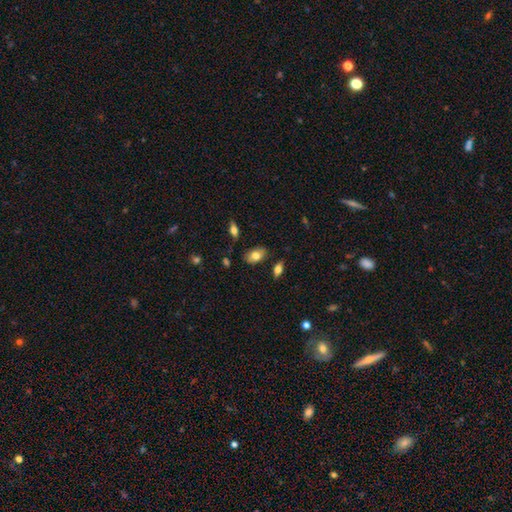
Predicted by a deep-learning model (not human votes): Smooth or featured? smooth (76%)
How rounded? in between (91%)
Merging? none (82%)